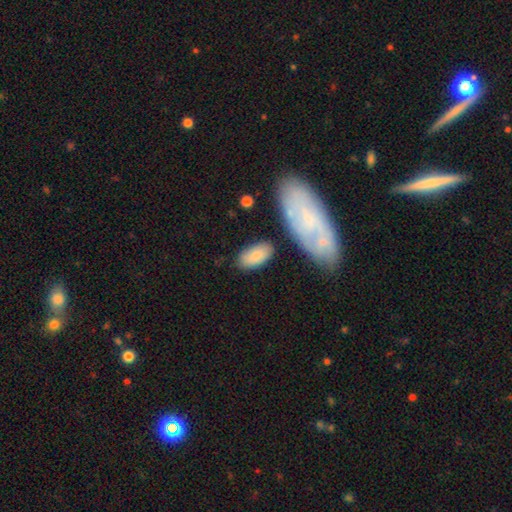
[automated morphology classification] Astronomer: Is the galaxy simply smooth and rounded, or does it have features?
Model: smooth — 81%.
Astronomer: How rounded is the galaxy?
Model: in between — 93%.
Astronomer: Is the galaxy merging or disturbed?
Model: none — 76%.